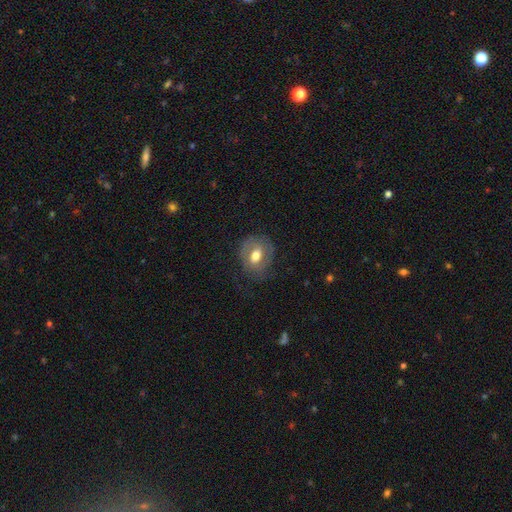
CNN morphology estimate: This appears to be a smooth galaxy with no disk features (47%). Merging: none (67%).